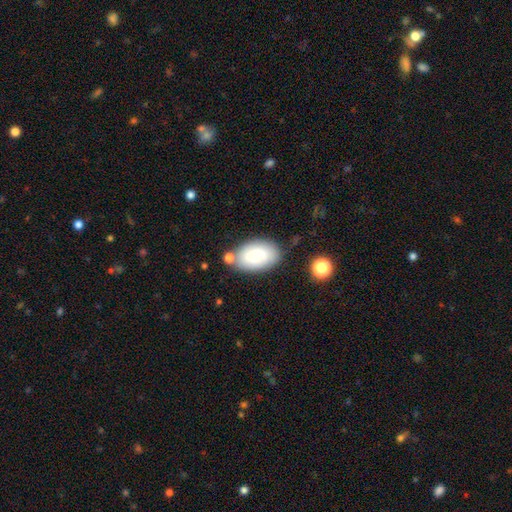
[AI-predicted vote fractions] smooth_or_featured: smooth (p=0.74) [alt: featured or disk p=0.19]
how_rounded: in between (p=0.92) [alt: round p=0.07]
merging: none (p=0.72) [alt: minor disturbance p=0.16]